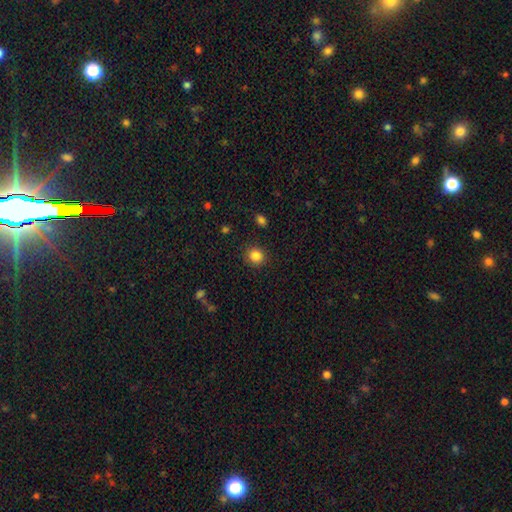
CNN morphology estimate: A smooth galaxy with no disk features (85%) that is round (87%). Merging: none (89%).